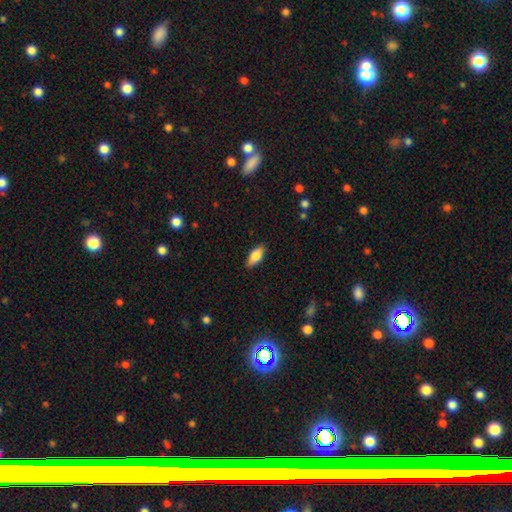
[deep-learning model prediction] A smooth galaxy with no disk features (73%) that is in between round and cigar-shaped (83%). Merging: none (88%).